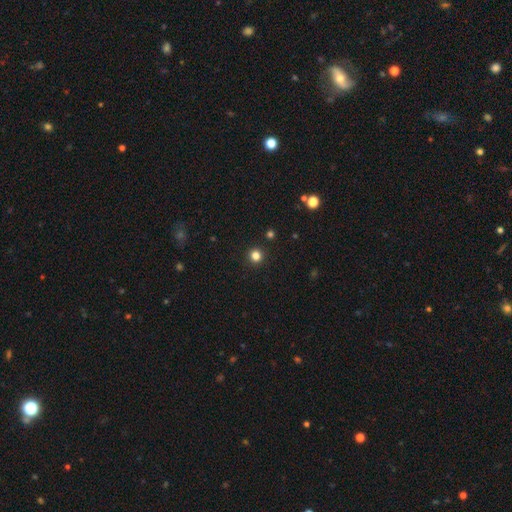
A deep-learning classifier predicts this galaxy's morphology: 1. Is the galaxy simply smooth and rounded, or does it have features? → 81% smooth, 15% star or artifact, 4% featured or disk.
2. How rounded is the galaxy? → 96% round, 3% in between, 1% cigar-shaped.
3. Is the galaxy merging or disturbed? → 93% none, 4% minor disturbance, 2% major disturbance, 1% merger.